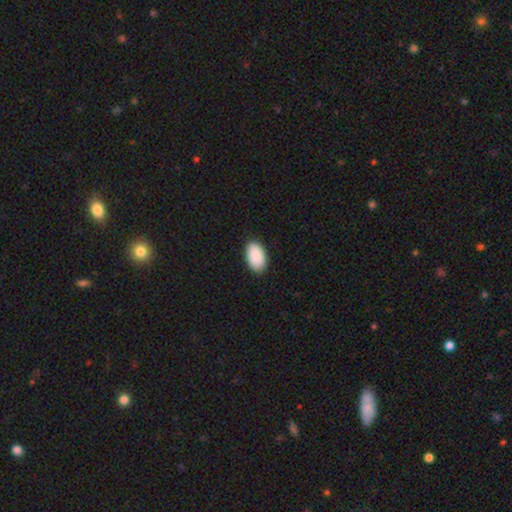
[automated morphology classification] This appears to be a smooth galaxy with no disk features (91%) that is in between round and cigar-shaped (95%). Merging: none (87%).